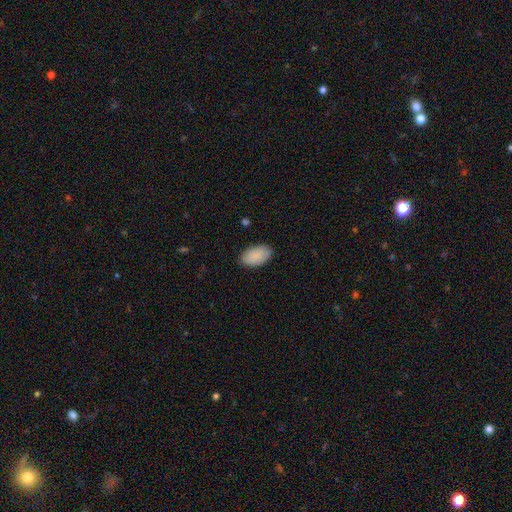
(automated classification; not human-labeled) smooth_or_featured: smooth (p=0.89) [alt: star or artifact p=0.06]
how_rounded: in between (p=0.95) [alt: round p=0.04]
merging: none (p=0.86) [alt: minor disturbance p=0.10]